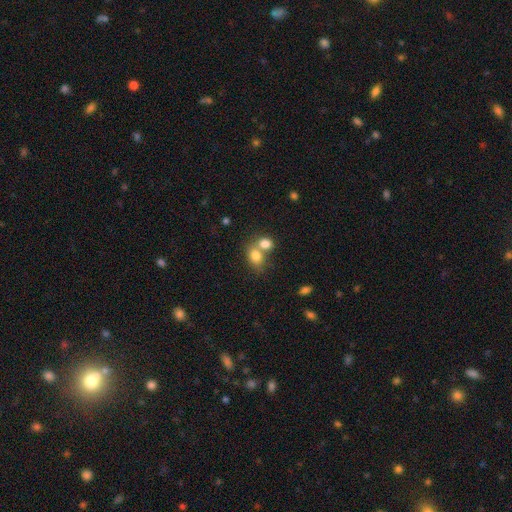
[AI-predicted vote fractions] The model was most divided on "merging": merger: 56%, none: 31%, minor disturbance: 9%, major disturbance: 4%. More confident: smooth or featured — smooth (80%); how rounded — in between (66%).